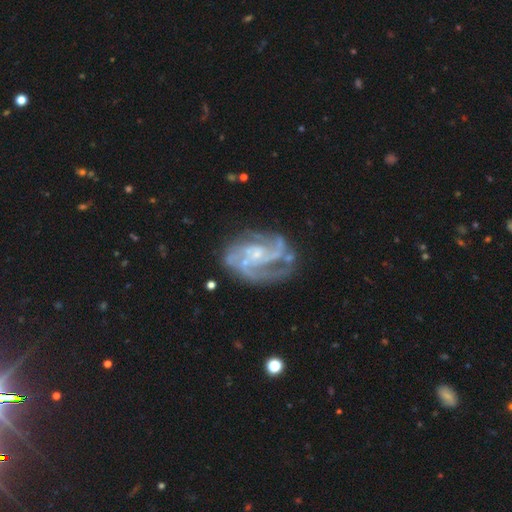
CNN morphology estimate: This appears to be a featured or disk galaxy (89%) with no bar (56%), 3 (35%) medium (50%) spiral arms (97%) and a small central bulge (70%). Merging: none (62%).